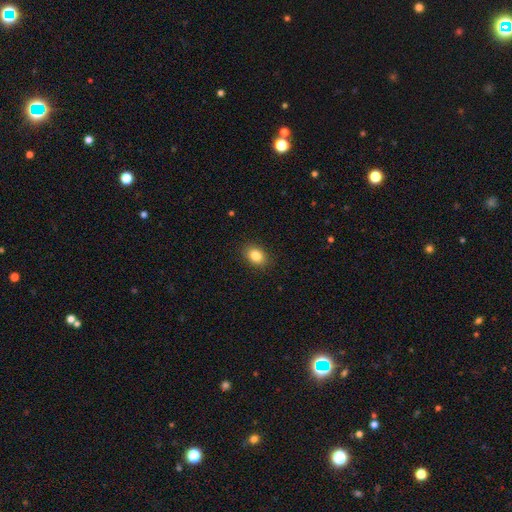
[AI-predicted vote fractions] Q: Smooth or featured?
A: smooth (84%); runner-up: star or artifact (9%)
Q: How rounded?
A: in between (73%); runner-up: round (26%)
Q: Merging?
A: none (89%); runner-up: minor disturbance (8%)